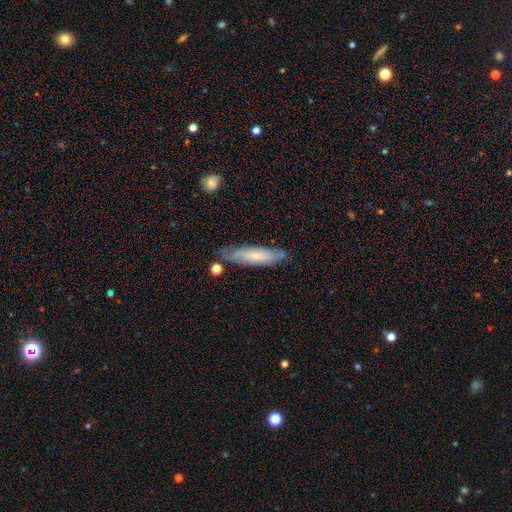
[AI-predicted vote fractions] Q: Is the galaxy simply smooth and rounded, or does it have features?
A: smooth — 47%.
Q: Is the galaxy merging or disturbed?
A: none — 73%.